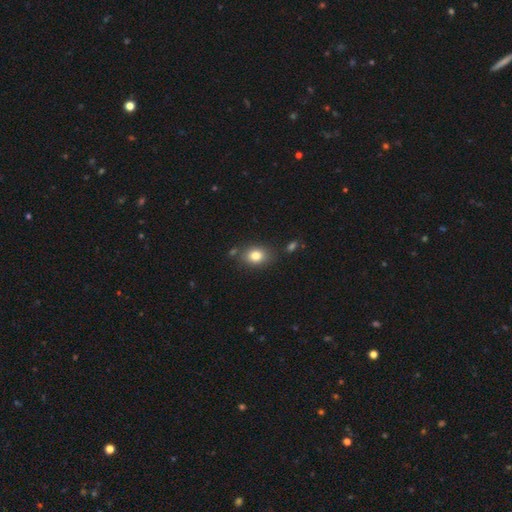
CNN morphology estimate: type=smooth (81%); roundness=in between (58%); merging=none (78%).